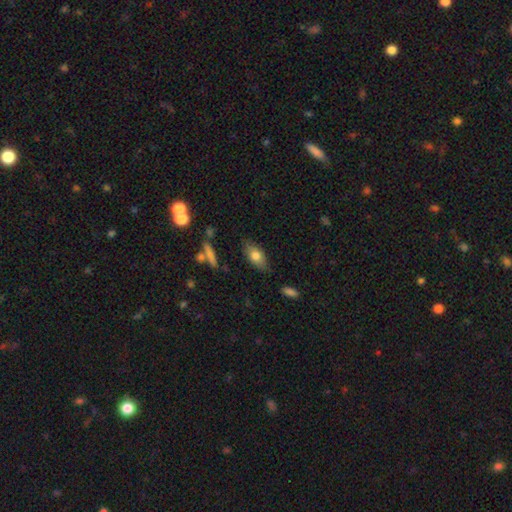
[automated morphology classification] smooth 73%, featured or disk 20%, star or artifact 8%. Down the decision tree: how rounded — in between (84%); merging — none (80%).